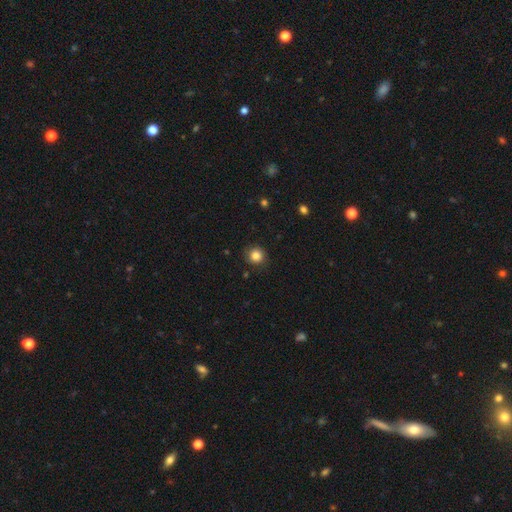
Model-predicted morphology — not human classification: type=smooth (84%); roundness=round (92%); merging=none (88%).